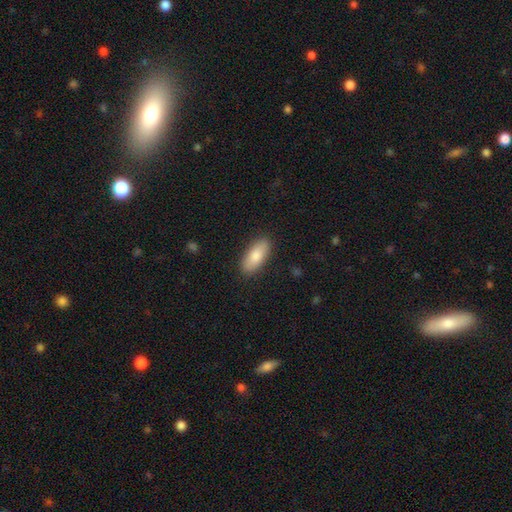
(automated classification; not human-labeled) Smooth or featured?
  - smooth: 81% *
  - featured or disk: 13%
  - star or artifact: 6%
How rounded?
  - in between: 81% *
  - cigar-shaped: 17%
  - round: 2%
Merging?
  - none: 88% *
  - minor disturbance: 9%
  - major disturbance: 2%
  - merger: 1%